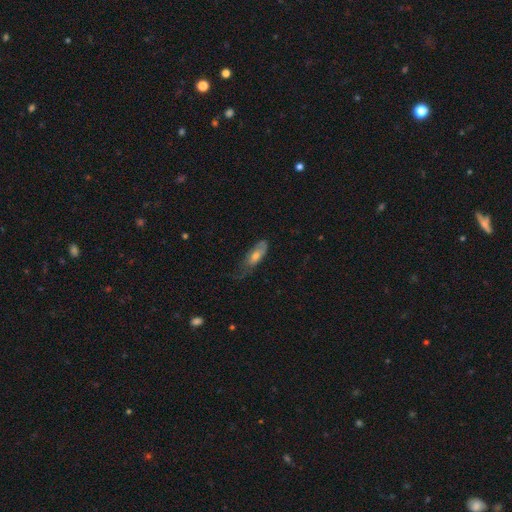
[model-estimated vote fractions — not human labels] Smooth or featured?
  - smooth: 54% *
  - featured or disk: 38%
  - star or artifact: 7%
How rounded?
  - in between: 70% *
  - cigar-shaped: 27%
  - round: 3%
Merging?
  - none: 41% *
  - minor disturbance: 35%
  - major disturbance: 21%
  - merger: 2%